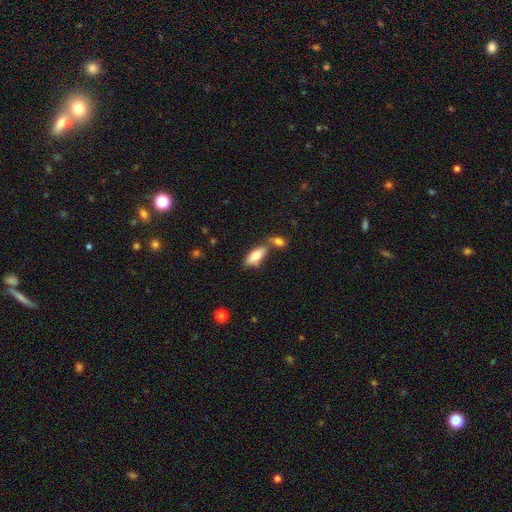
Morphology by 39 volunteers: This appears to be a smooth galaxy with no disk features (72%) that is in between round and cigar-shaped (75%). Merging: none (54%).